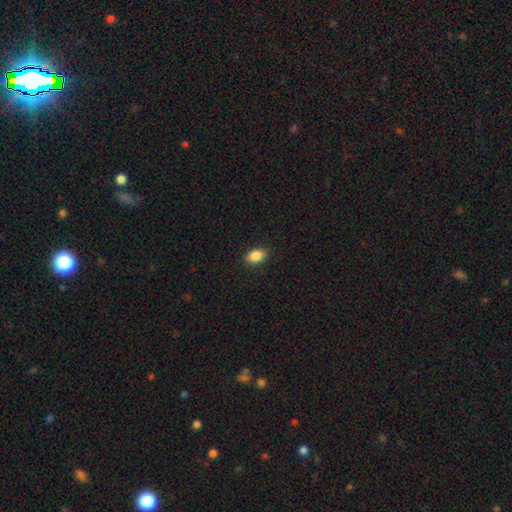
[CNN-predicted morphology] Smooth or featured? smooth (88%)
How rounded? in between (81%)
Merging? none (89%)